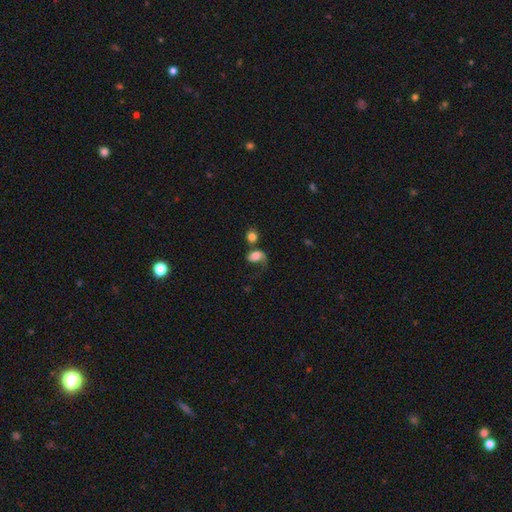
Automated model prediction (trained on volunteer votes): This appears to be a smooth galaxy with no disk features (55%) that is in between round and cigar-shaped (63%). Merging: major disturbance (36%).